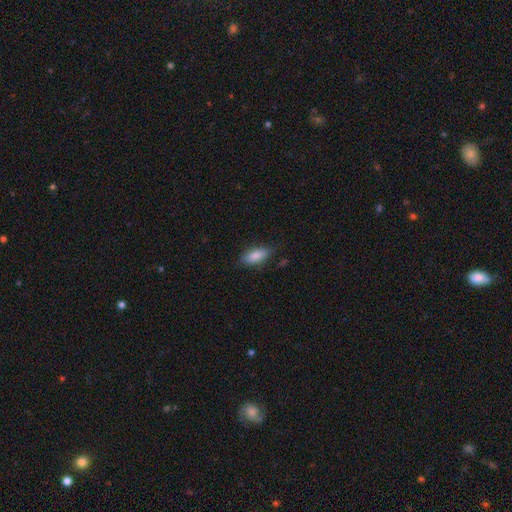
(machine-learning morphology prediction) Overall: smooth (84%). How rounded: in between (82%). Merging: none (75%).